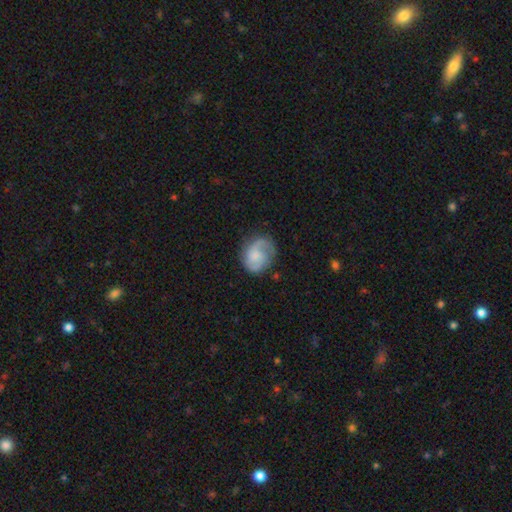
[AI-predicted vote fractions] Smooth or featured? featured or disk (65%)
Edge-on disk? no (98%)
Bar? no (65%)
Spiral arms? yes (92%)
Spiral winding? medium (46%)
Spiral arm count? 2 (67%)
Bulge size? small (49%)
Merging? none (66%)